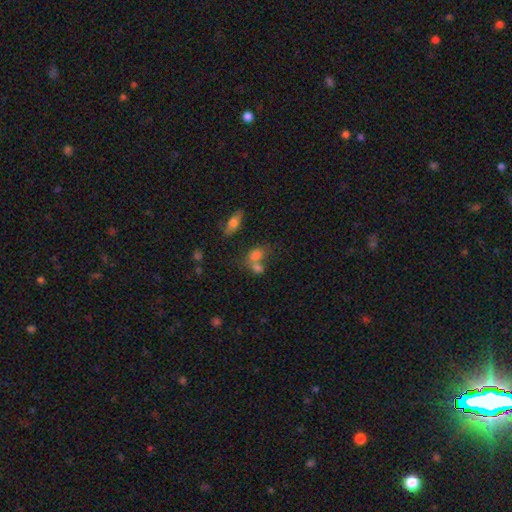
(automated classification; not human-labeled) Smooth or featured? Predicted: smooth (p=0.72). How rounded? Predicted: in between (p=0.69). Merging? Predicted: merger (p=0.51).